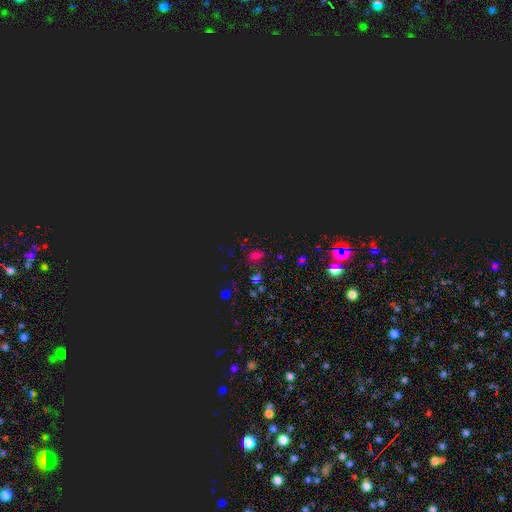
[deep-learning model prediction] smooth-or-featured: star or artifact: 60% | smooth: 31% | featured or disk: 9%